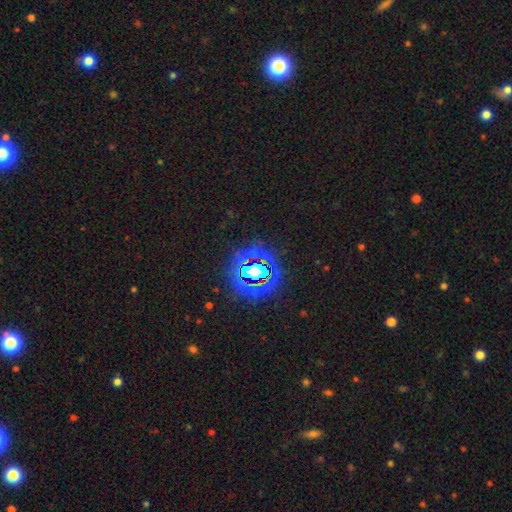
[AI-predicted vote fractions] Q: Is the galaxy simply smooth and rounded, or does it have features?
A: star or artifact — 82%.